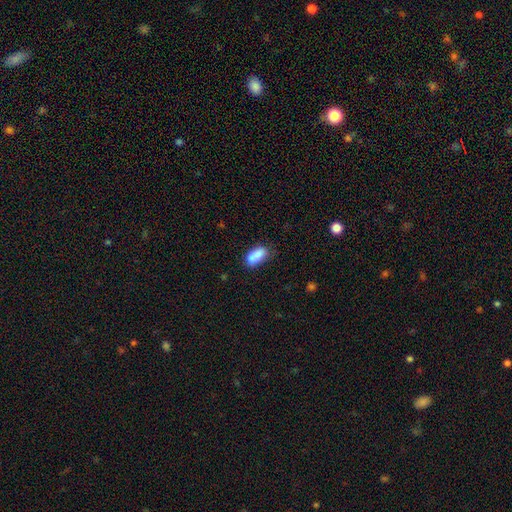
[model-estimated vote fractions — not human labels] Morphology: type=smooth (79%); roundness=in between (84%); merging=none (50%).